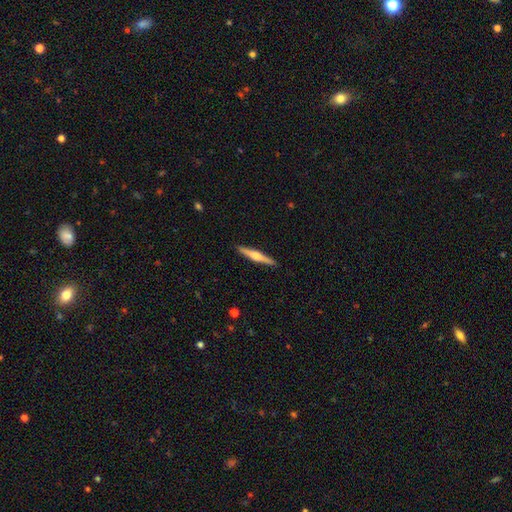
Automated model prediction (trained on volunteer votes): The model was most divided on "smooth or featured": featured or disk: 64%, smooth: 31%, star or artifact: 5%. More confident: edge-on disk — yes (98%); merging — none (92%); edge-on bulge — rounded (83%).